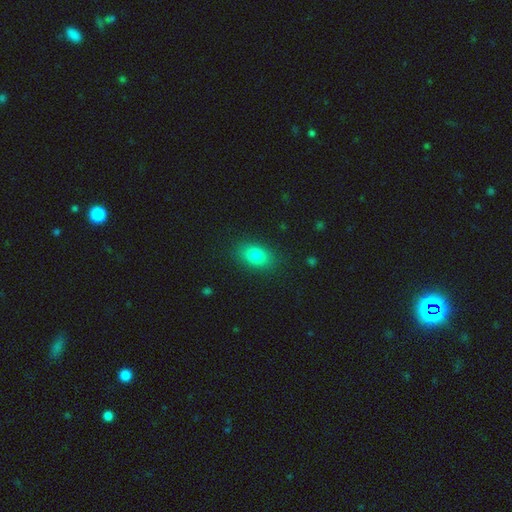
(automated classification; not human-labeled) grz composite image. It shows a smooth galaxy with no disk features (81%) that is in between round and cigar-shaped (81%). Merging: none (86%).